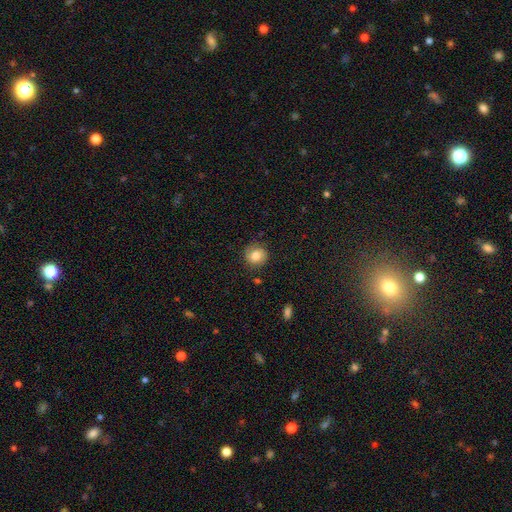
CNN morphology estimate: smooth-or-featured: smooth: 76% | featured or disk: 15% | star or artifact: 9%
  how-rounded: round: 89% | in between: 10% | cigar-shaped: 1%
  merging: none: 83% | minor disturbance: 12% | major disturbance: 3% | merger: 2%